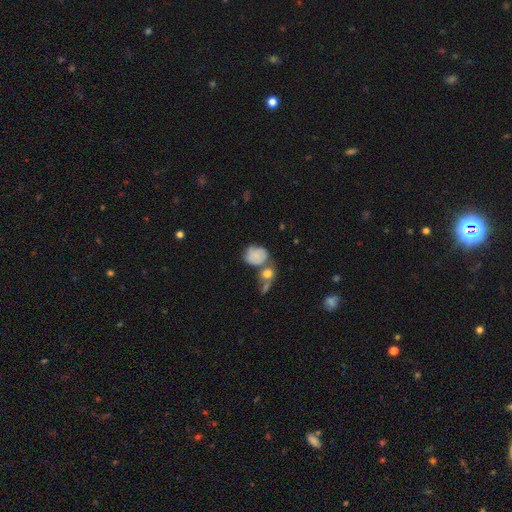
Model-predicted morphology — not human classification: Smooth or featured?
  - smooth: 69% *
  - featured or disk: 22%
  - star or artifact: 9%
How rounded?
  - round: 54% *
  - in between: 45%
  - cigar-shaped: 1%
Merging?
  - none: 35% *
  - merger: 34%
  - minor disturbance: 20%
  - major disturbance: 11%